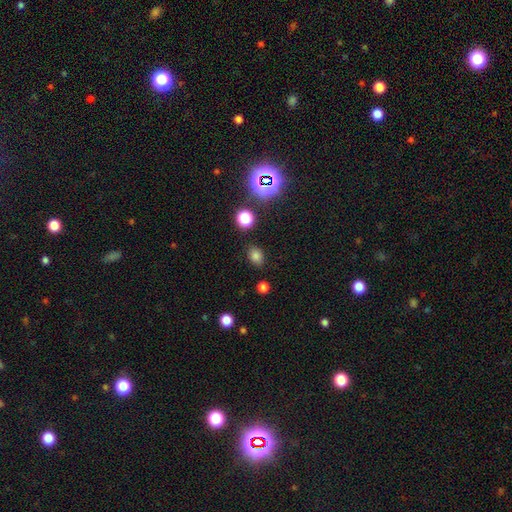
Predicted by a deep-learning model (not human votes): Q: Smooth or featured?
A: smooth (76%); runner-up: star or artifact (19%)
Q: How rounded?
A: in between (64%); runner-up: round (35%)
Q: Merging?
A: none (83%); runner-up: minor disturbance (11%)